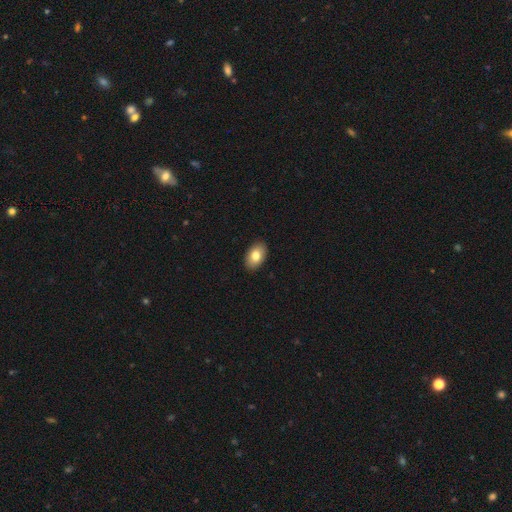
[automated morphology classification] smooth 81%, featured or disk 12%, star or artifact 7%. Down the decision tree: how rounded — in between (91%); merging — none (90%).